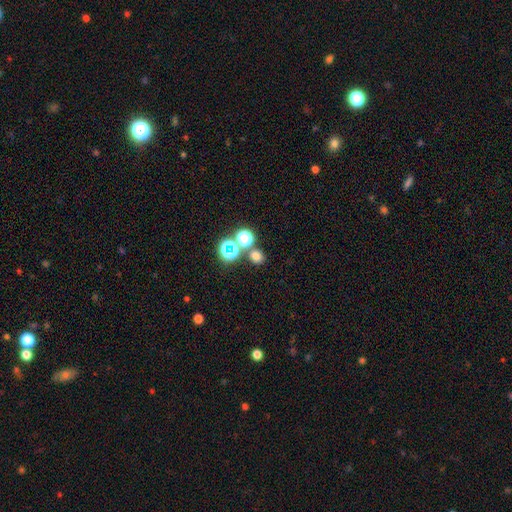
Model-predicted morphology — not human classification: A smooth galaxy with no disk features (67%) that is round (79%). Merging: none (73%).